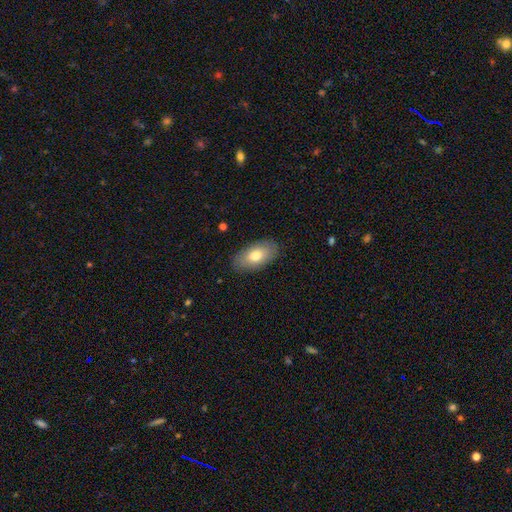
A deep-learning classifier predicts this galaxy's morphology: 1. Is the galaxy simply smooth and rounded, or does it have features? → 74% smooth, 20% featured or disk, 6% star or artifact.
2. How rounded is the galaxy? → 94% in between, 4% round, 3% cigar-shaped.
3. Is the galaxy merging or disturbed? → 86% none, 11% minor disturbance, 2% major disturbance, 1% merger.